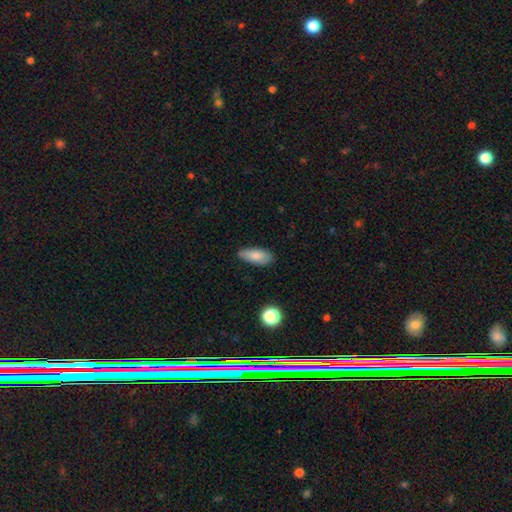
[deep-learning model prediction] Smooth or featured?
  - smooth: 82% *
  - featured or disk: 11%
  - star or artifact: 7%
How rounded?
  - in between: 81% *
  - cigar-shaped: 16%
  - round: 3%
Merging?
  - none: 76% *
  - minor disturbance: 19%
  - major disturbance: 3%
  - merger: 2%